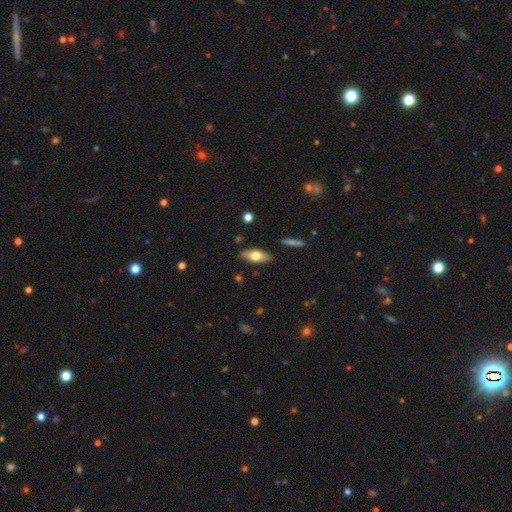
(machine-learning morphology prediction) Q: Smooth or featured?
A: smooth (67%); runner-up: featured or disk (27%)
Q: How rounded?
A: in between (77%); runner-up: cigar-shaped (20%)
Q: Merging?
A: none (86%); runner-up: minor disturbance (10%)